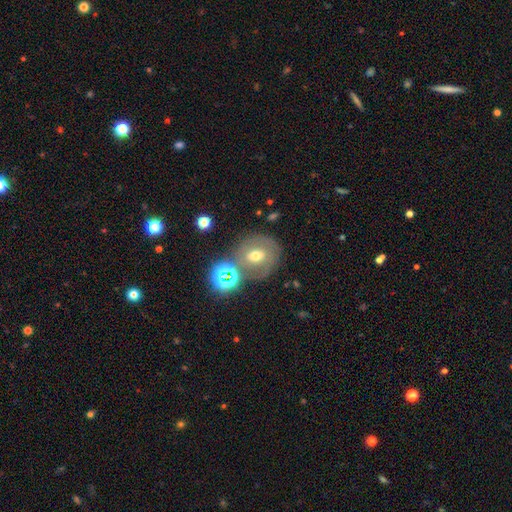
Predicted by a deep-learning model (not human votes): Smooth or featured? smooth (48%)
Merging? none (61%)